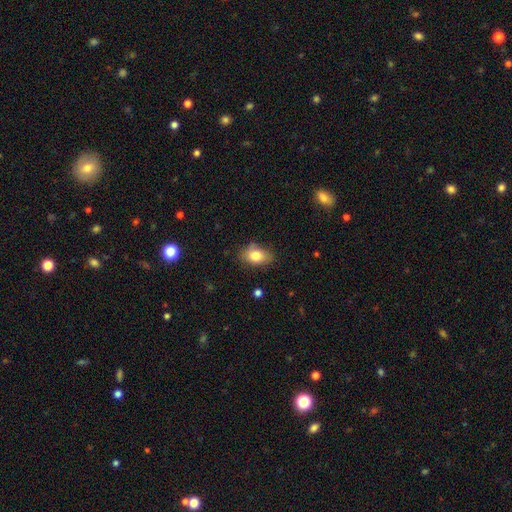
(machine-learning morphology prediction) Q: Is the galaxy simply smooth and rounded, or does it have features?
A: smooth — 80%.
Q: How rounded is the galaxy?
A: in between — 84%.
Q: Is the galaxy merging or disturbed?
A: none — 68%.